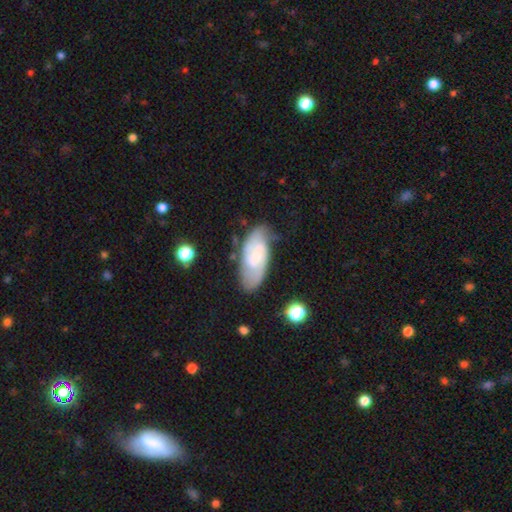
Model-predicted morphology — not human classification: Smooth or featured?
  - featured or disk: 71% *
  - smooth: 23%
  - star or artifact: 6%
Edge-on disk?
  - no: 94% *
  - yes: 6%
Bar?
  - no: 49% *
  - weak: 43%
  - strong: 9%
Spiral arms?
  - yes: 92% *
  - no: 8%
Spiral winding?
  - tight: 47% *
  - medium: 41%
  - loose: 12%
Spiral arm count?
  - 2: 63% *
  - can't tell: 23%
  - 3: 7%
  - 1: 3%
  - 4: 2%
  - more than 4: 2%
Bulge size?
  - small: 61% *
  - moderate: 29%
  - none: 7%
  - large: 3%
  - dominant: 1%
Merging?
  - none: 69% *
  - minor disturbance: 22%
  - major disturbance: 6%
  - merger: 3%